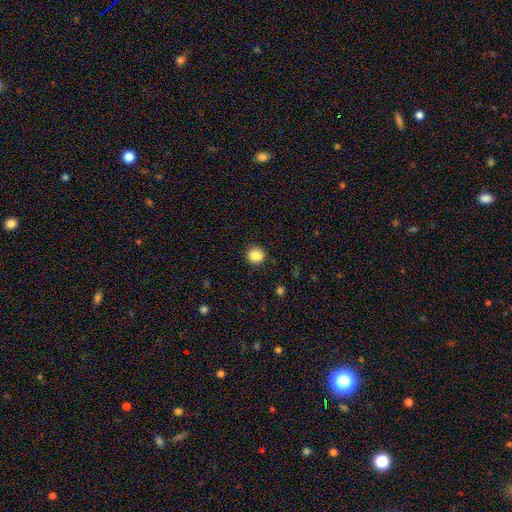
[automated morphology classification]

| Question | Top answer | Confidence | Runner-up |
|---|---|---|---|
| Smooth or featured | smooth | 86% | star or artifact (10%) |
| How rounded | round | 84% | in between (15%) |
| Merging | none | 87% | minor disturbance (9%) |